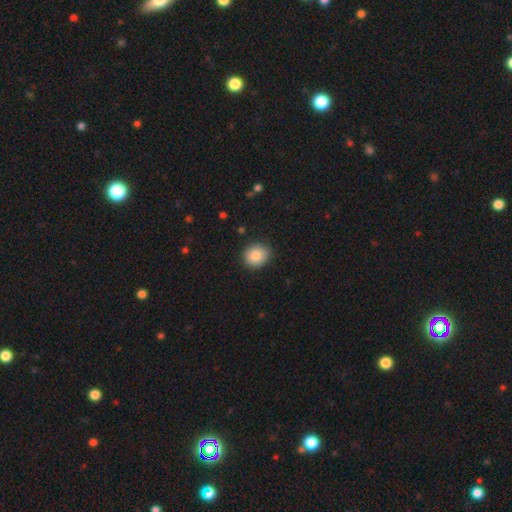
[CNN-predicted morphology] Smooth or featured? Predicted: smooth (p=0.86). How rounded? Predicted: round (p=0.76). Merging? Predicted: none (p=0.85).